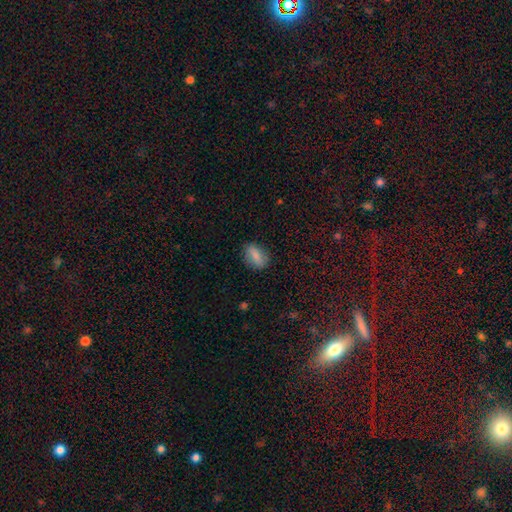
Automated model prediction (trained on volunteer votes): The model was most divided on "how rounded": in between: 80%, round: 16%, cigar-shaped: 4%. More confident: merging — none (82%); smooth or featured — smooth (81%).